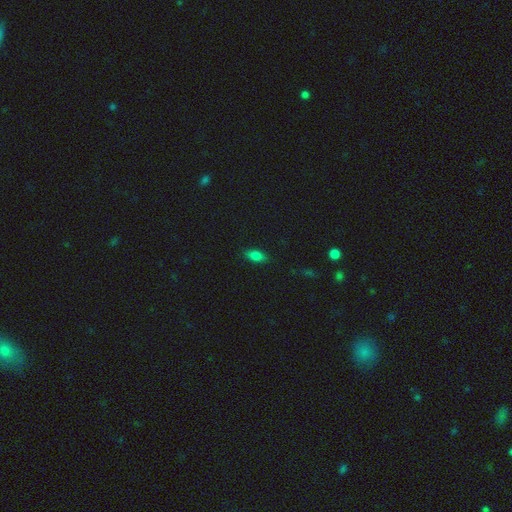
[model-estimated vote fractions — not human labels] Smooth or featured: smooth — 78% (star or artifact — 13%)
How rounded: in between — 86% (cigar-shaped — 10%)
Merging: none — 84% (minor disturbance — 12%)